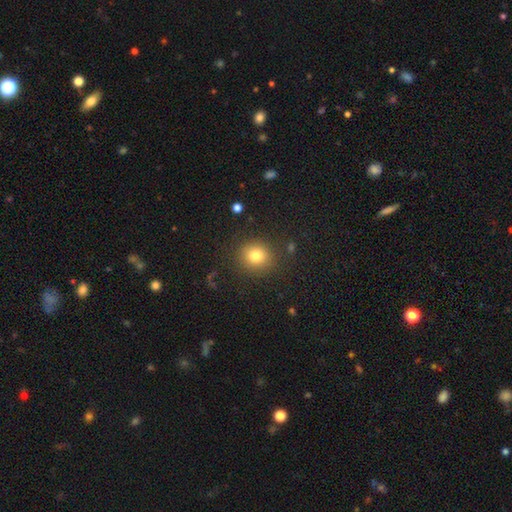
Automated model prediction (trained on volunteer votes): Morphology: type=smooth (80%); roundness=round (87%); merging=none (88%).